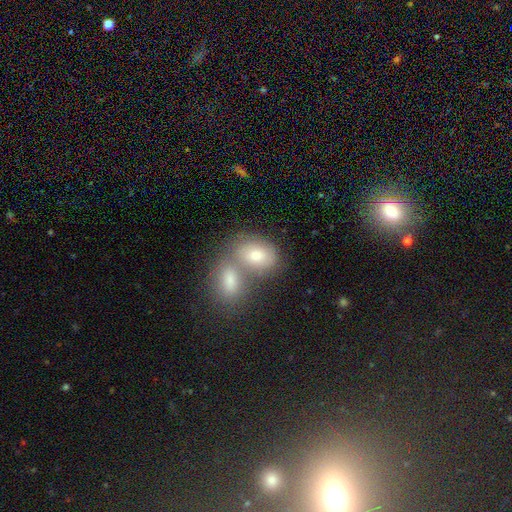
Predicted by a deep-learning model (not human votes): A smooth galaxy with no disk features (73%) that is in between round and cigar-shaped (82%).

Vote fractions:
- Smooth or featured? smooth: 73% / featured or disk: 17% / star or artifact: 9%
- How rounded? in between: 82% / round: 16% / cigar-shaped: 2%
- Merging? merger: 56% / none: 32% / minor disturbance: 9% / major disturbance: 3%